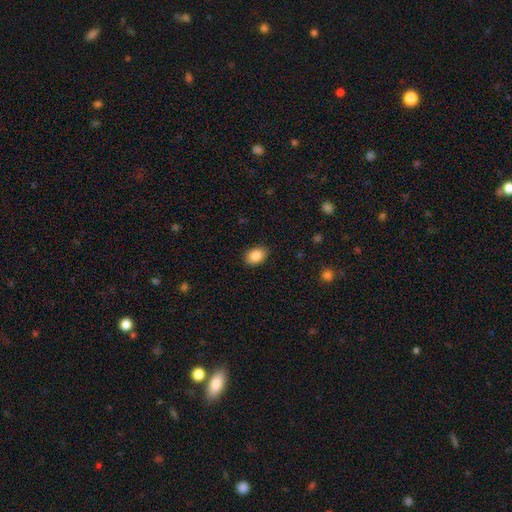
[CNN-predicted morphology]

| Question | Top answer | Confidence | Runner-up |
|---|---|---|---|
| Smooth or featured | smooth | 87% | star or artifact (8%) |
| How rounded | in between | 82% | round (17%) |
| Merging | none | 89% | minor disturbance (8%) |